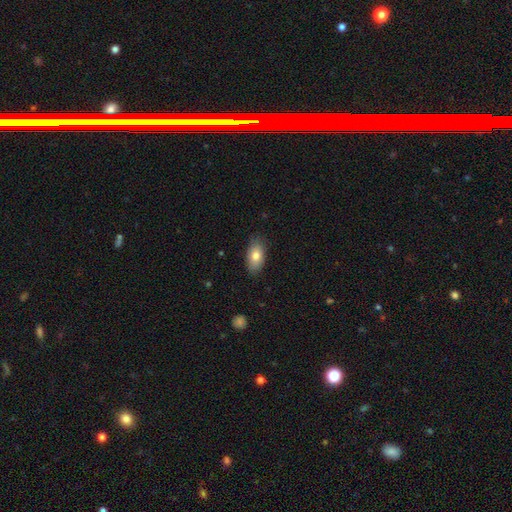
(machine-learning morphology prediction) type=smooth (79%); roundness=in between (92%); merging=none (83%).